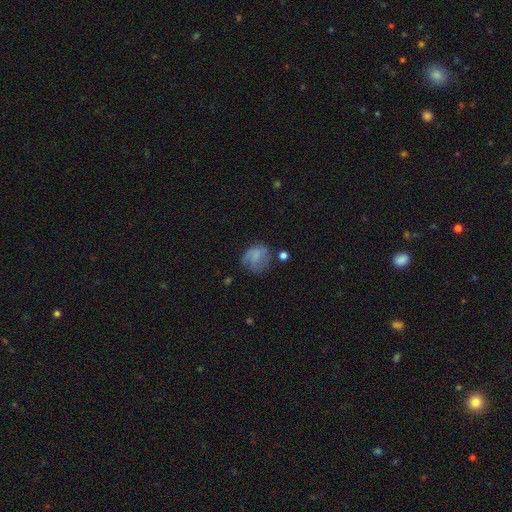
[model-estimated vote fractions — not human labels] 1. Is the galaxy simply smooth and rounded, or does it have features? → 62% smooth, 28% featured or disk, 10% star or artifact.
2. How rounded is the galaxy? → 67% round, 31% in between, 1% cigar-shaped.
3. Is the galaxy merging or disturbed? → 53% none, 27% minor disturbance, 16% major disturbance, 4% merger.